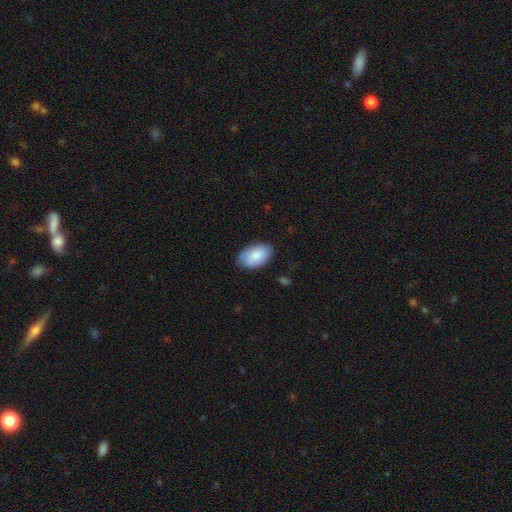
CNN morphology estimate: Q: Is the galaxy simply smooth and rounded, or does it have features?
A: smooth — 84%.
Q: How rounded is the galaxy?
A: in between — 94%.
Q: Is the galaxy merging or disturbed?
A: none — 79%.